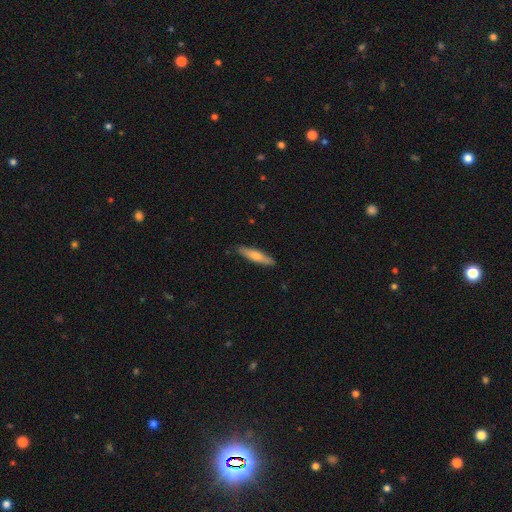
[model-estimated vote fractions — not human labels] smooth-or-featured: smooth: 69% | featured or disk: 26% | star or artifact: 5%
  how-rounded: cigar-shaped: 80% | in between: 18% | round: 1%
  merging: none: 86% | minor disturbance: 11% | major disturbance: 2% | merger: 1%